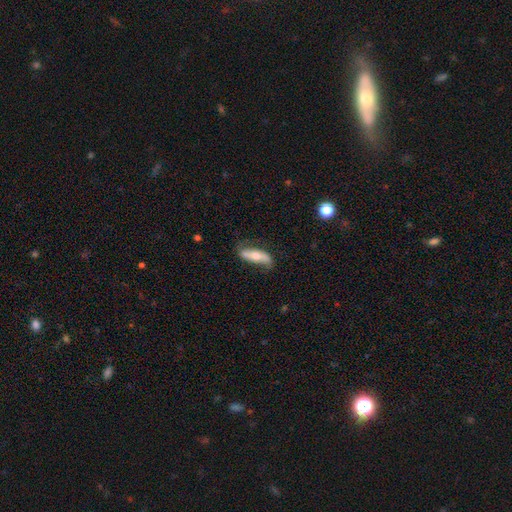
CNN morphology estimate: A featured or disk galaxy (52%).

Vote fractions:
- Smooth or featured? featured or disk: 52% / smooth: 42% / star or artifact: 6%
- Edge-on disk? no: 66% / yes: 34%
- Merging? none: 67% / minor disturbance: 23% / major disturbance: 8% / merger: 2%